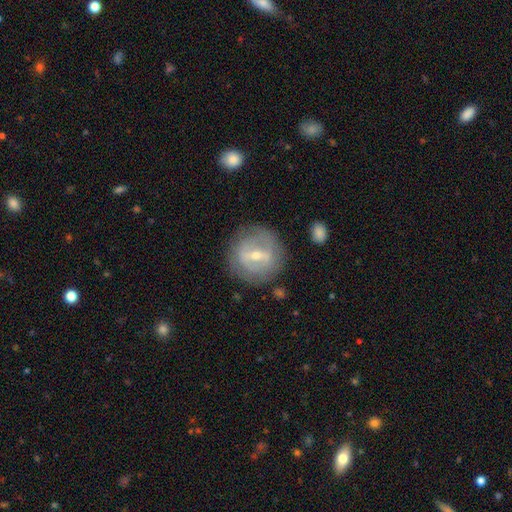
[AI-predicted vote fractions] smooth-or-featured: featured or disk: 66% | smooth: 27% | star or artifact: 7%
  disk-edge-on: no: 92% | yes: 8%
    bar: strong: 50% | weak: 37% | no: 13%
    has-spiral-arms: no: 64% | yes: 36%
    bulge-size: small: 51% | moderate: 45% | large: 2% | none: 1% | dominant: 1%
  merging: none: 80% | minor disturbance: 13% | major disturbance: 6% | merger: 2%